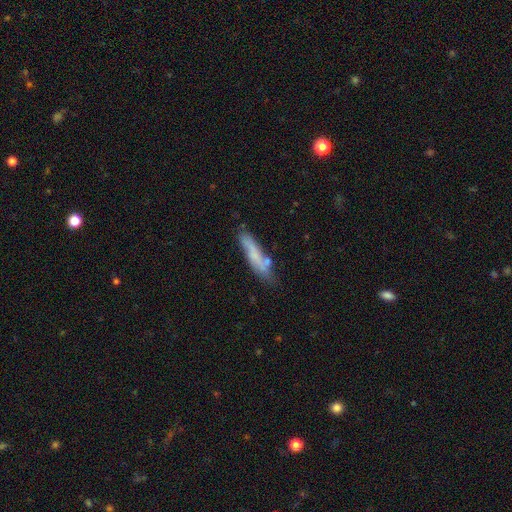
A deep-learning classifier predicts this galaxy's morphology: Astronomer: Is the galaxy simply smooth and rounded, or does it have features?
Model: smooth — 59%.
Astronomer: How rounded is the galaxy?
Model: cigar-shaped — 82%.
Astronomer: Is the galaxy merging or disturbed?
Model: none — 66%.